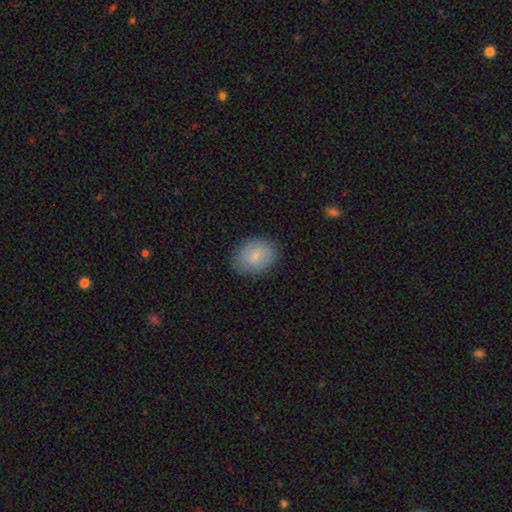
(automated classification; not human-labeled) Overall: smooth (81%). How rounded: in between (61%; round 38%). Merging: none (83%).